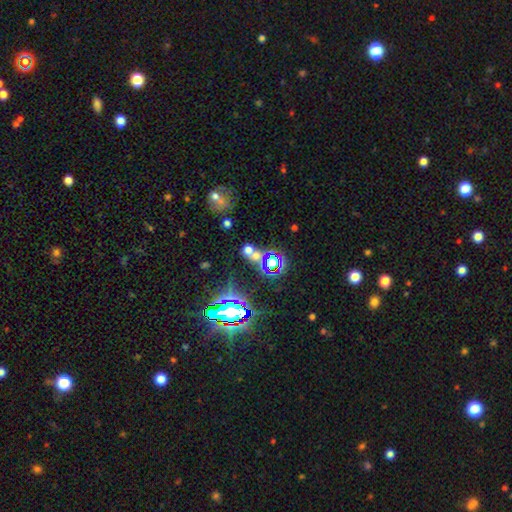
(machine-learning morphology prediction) Smooth or featured: star or artifact — 48% (smooth — 38%)